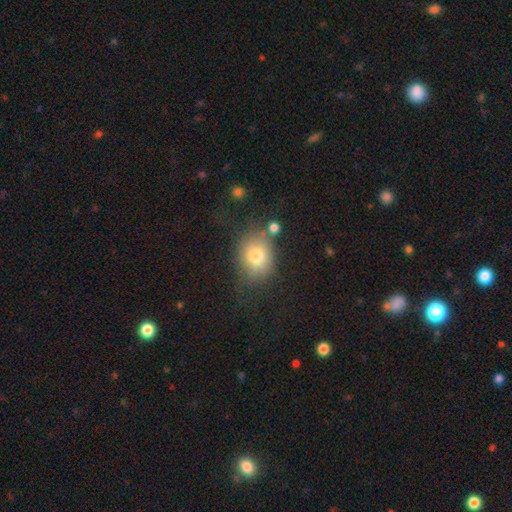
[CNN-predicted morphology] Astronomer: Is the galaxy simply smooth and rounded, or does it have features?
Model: smooth — 76%.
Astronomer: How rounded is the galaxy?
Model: round — 54% (runner-up: in between, 45%).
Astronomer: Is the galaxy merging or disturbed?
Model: none — 62%.